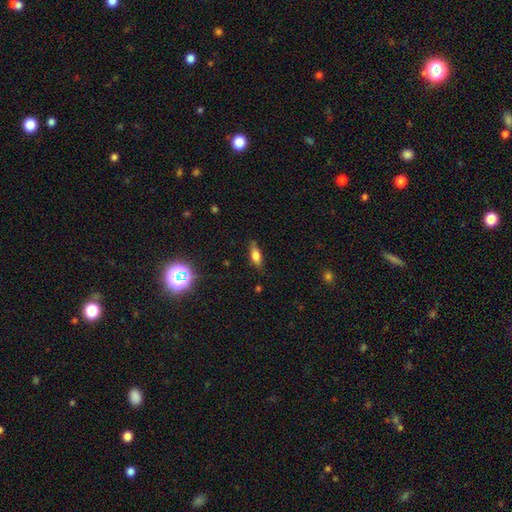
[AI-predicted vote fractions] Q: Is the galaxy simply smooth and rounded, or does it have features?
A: smooth — 69%.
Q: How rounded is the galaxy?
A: in between — 66%.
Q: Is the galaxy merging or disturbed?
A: none — 78%.